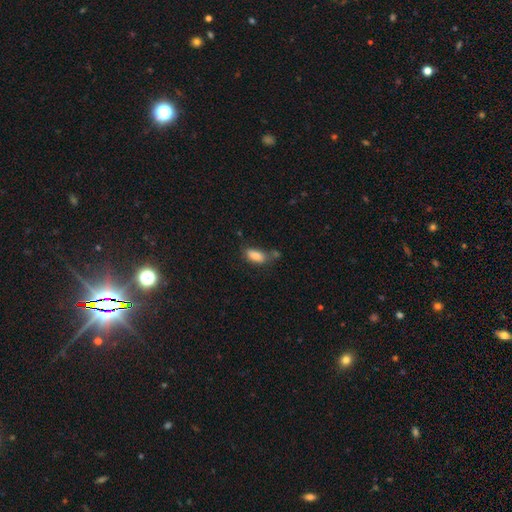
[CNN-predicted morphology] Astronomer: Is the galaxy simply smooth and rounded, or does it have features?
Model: smooth — 84%.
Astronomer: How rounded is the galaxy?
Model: in between — 87%.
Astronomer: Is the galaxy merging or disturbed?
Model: none — 47% (runner-up: minor disturbance, 26%).